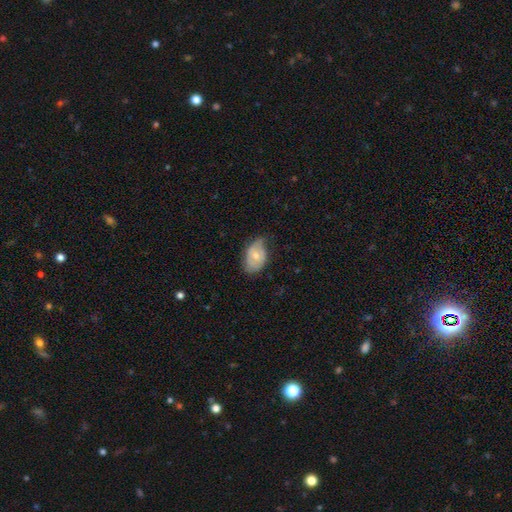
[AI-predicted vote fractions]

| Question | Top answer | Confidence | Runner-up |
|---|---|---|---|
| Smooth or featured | smooth | 58% | featured or disk (35%) |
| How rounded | in between | 85% | round (14%) |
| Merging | none | 45% | minor disturbance (41%) |